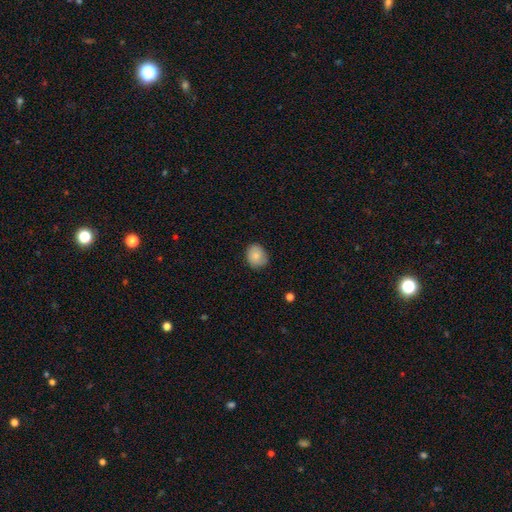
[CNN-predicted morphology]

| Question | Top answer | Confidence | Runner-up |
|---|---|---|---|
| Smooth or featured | smooth | 79% | featured or disk (14%) |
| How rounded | round | 67% | in between (32%) |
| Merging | none | 79% | minor disturbance (17%) |